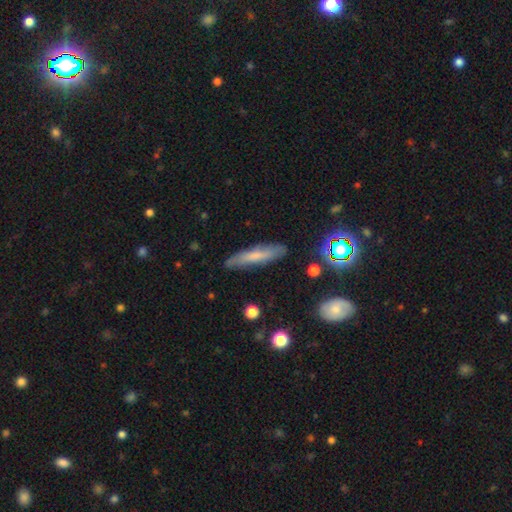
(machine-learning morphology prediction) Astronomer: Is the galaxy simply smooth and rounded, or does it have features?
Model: smooth — 58%.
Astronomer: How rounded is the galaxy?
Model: cigar-shaped — 84%.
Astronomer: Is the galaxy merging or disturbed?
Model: none — 81%.